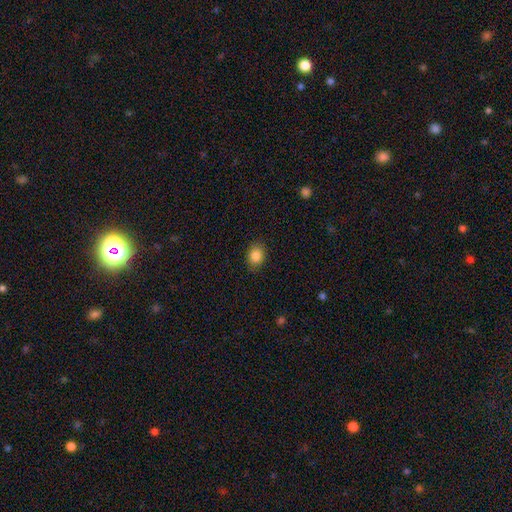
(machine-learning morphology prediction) smooth_or_featured: smooth (p=0.85) [alt: star or artifact p=0.10]
how_rounded: in between (p=0.57) [alt: round p=0.42]
merging: none (p=0.86) [alt: minor disturbance p=0.10]